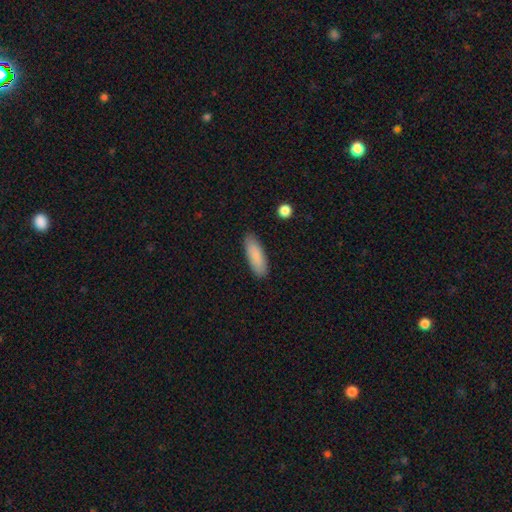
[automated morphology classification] Overall: smooth (86%). How rounded: in between (60%; cigar-shaped 39%). Merging: none (87%).